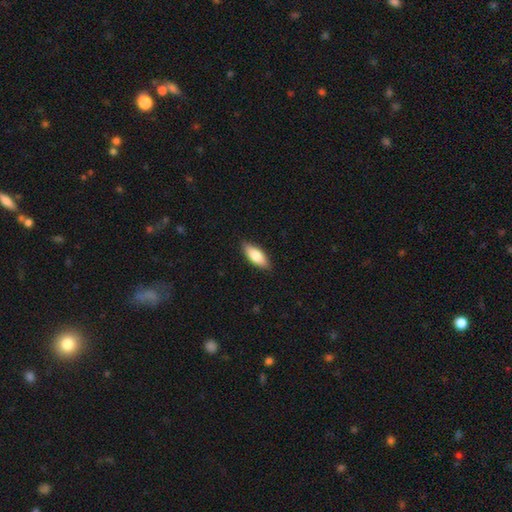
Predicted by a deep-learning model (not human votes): The model was most divided on "how rounded": in between: 75%, cigar-shaped: 23%, round: 2%. More confident: merging — none (88%); smooth or featured — smooth (79%).